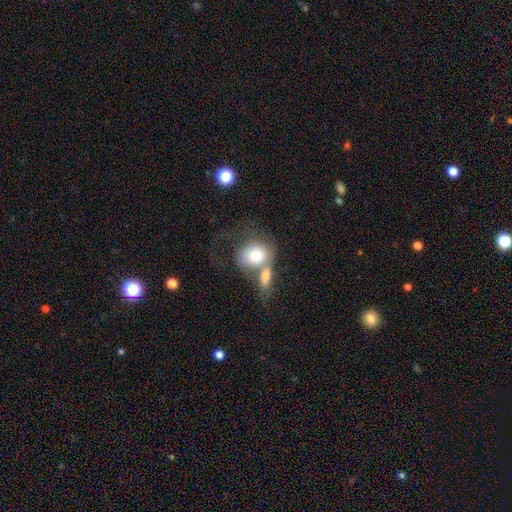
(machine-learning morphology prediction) type=smooth (66%); roundness=round (60%); merging=merger (61%).